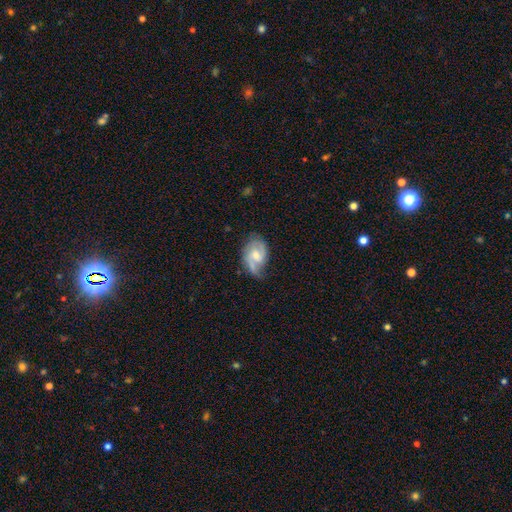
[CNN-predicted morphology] The model was most divided on "bar": weak: 50%, no: 40%, strong: 10%. Remaining: edge-on disk — no (97%); spiral arms — yes (93%); smooth or featured — featured or disk (74%); spiral arm count — 2 (74%); merging — none (56%); bulge size — moderate (54%); spiral winding — medium (48%).